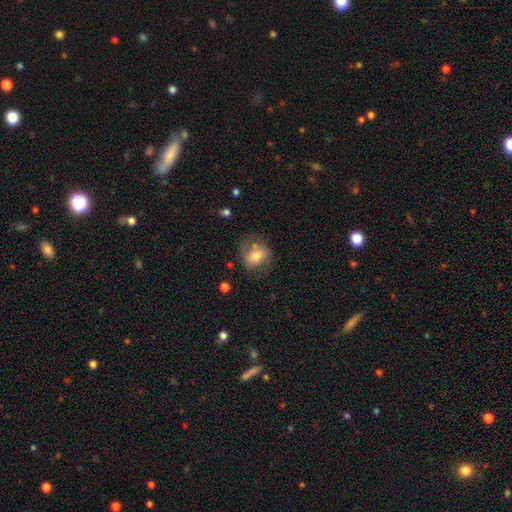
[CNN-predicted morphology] This appears to be a smooth galaxy with no disk features (60%) that is round (50%). Merging: none (56%).